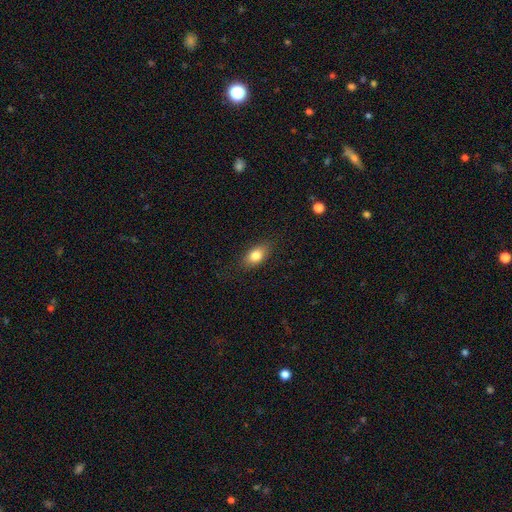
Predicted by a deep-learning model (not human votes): Morphology: type=smooth (81%); roundness=in between (85%); merging=none (84%).